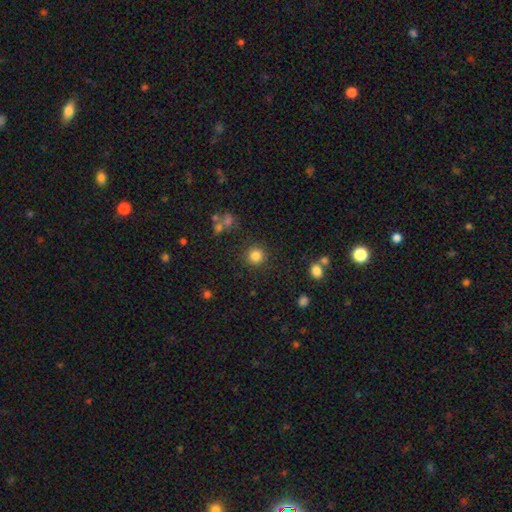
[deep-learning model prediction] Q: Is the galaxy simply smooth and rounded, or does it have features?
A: smooth — 83%.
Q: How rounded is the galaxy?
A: round — 94%.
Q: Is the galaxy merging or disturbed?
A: none — 88%.